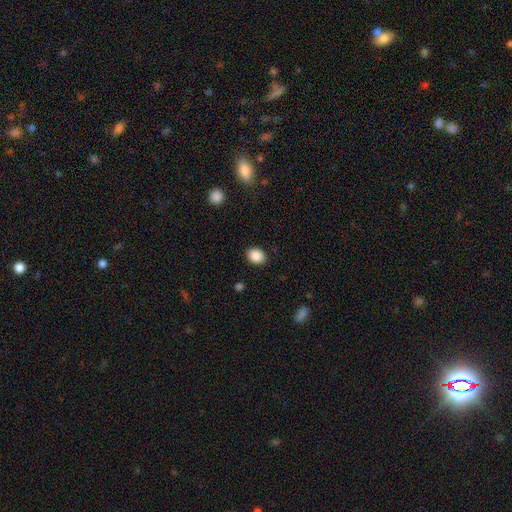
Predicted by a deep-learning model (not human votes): This is clearly a smooth galaxy (88%). How rounded: possibly in between (57%). Merging: clearly none (89%).